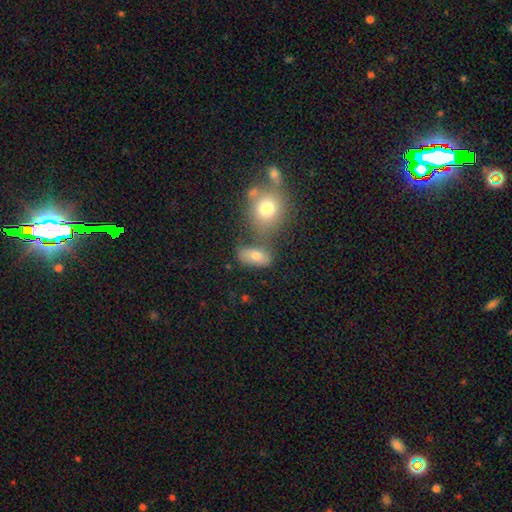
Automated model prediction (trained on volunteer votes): Smooth or featured? Predicted: smooth (p=0.73). How rounded? Predicted: in between (p=0.81). Merging? Predicted: none (p=0.57).